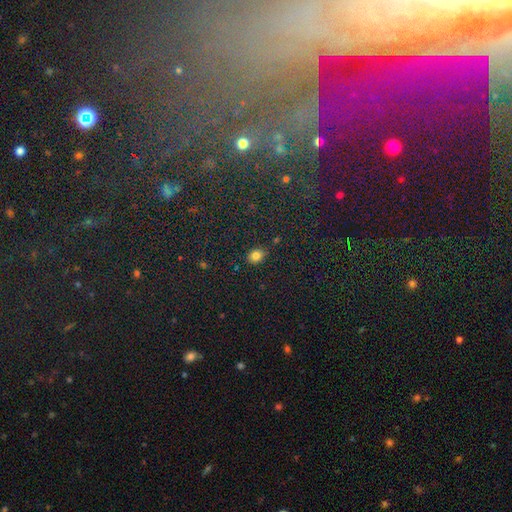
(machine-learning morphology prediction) smooth-or-featured: smooth: 82% | star or artifact: 12% | featured or disk: 7%
  how-rounded: in between: 58% | round: 41% | cigar-shaped: 1%
  merging: none: 84% | minor disturbance: 12% | major disturbance: 2% | merger: 2%